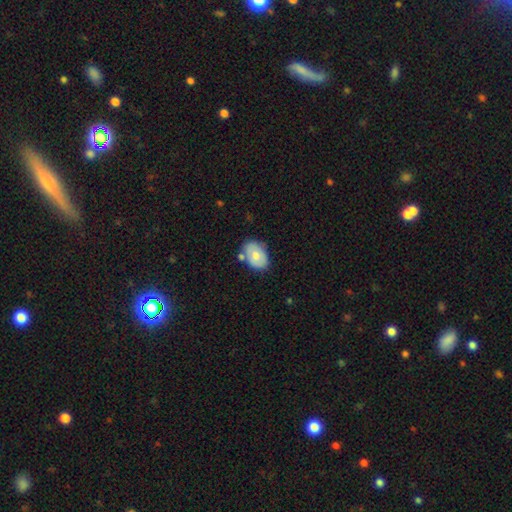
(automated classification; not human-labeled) smooth_or_featured: smooth (p=0.61) [alt: featured or disk p=0.32]
how_rounded: in between (p=0.82) [alt: round p=0.17]
merging: none (p=0.65) [alt: minor disturbance p=0.19]